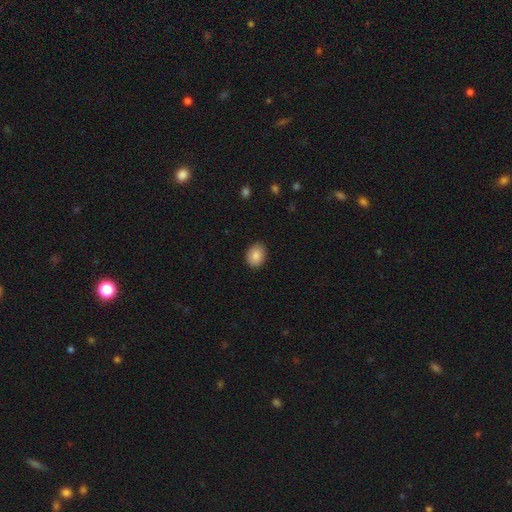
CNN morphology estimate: This appears to be a smooth galaxy with no disk features (87%) that is in between round and cigar-shaped (61%). Merging: none (86%).